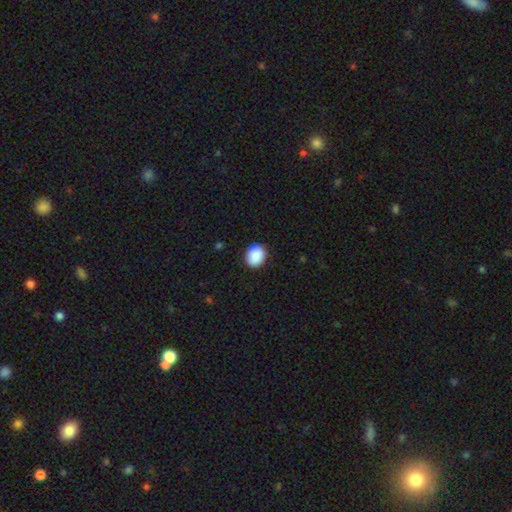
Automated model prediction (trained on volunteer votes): smooth-or-featured: smooth: 91% | star or artifact: 7% | featured or disk: 3%
  how-rounded: round: 51% | in between: 48% | cigar-shaped: 1%
  merging: none: 89% | minor disturbance: 8% | major disturbance: 2% | merger: 1%